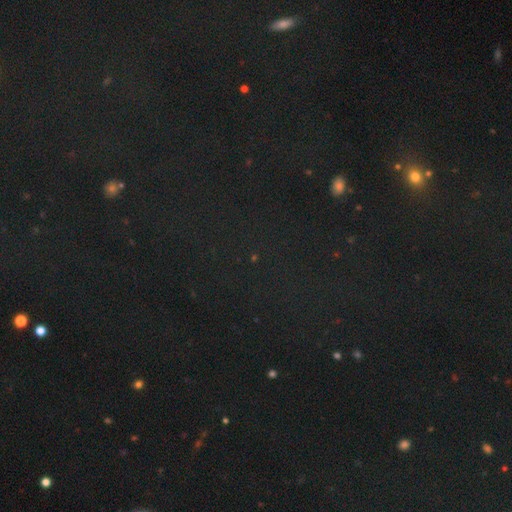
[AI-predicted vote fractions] star or artifact 81%, smooth 13%, featured or disk 7%.